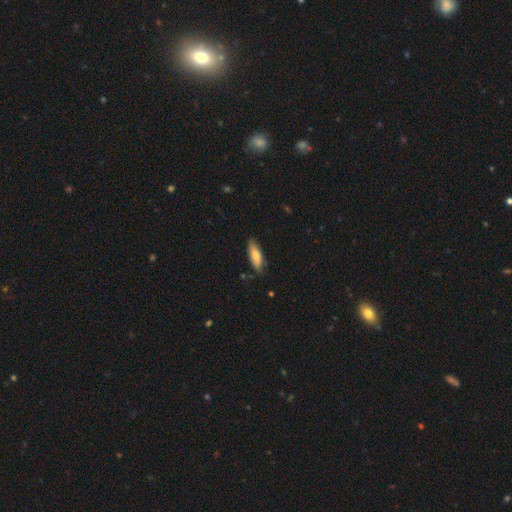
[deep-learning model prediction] Morphology: type=smooth (75%); roundness=in between (60%); merging=none (79%).